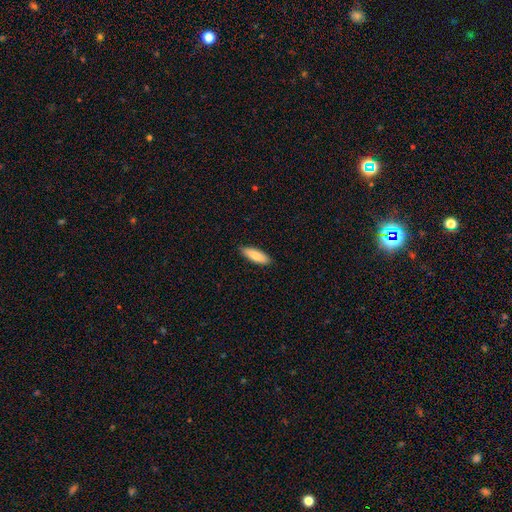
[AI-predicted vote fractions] This is clearly a smooth galaxy (85%). How rounded: possibly in between (55%). Merging: clearly none (88%).